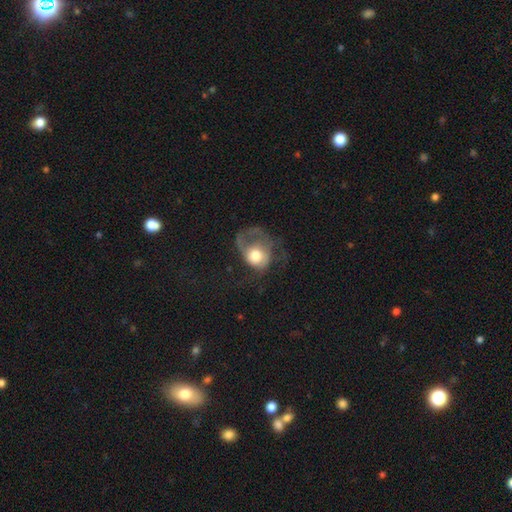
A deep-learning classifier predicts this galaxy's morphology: This is possibly a smooth galaxy (50%). How rounded: possibly round (58%). Merging: possibly major disturbance (60%).